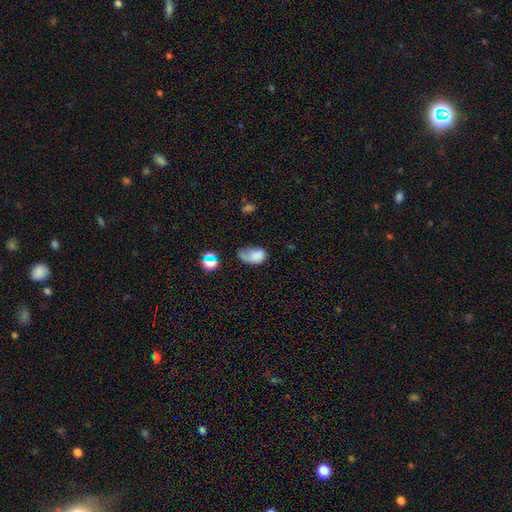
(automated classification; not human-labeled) smooth_or_featured: smooth (p=0.72) [alt: featured or disk p=0.17]
how_rounded: in between (p=0.85) [alt: round p=0.13]
merging: major disturbance (p=0.32) [alt: none p=0.31]